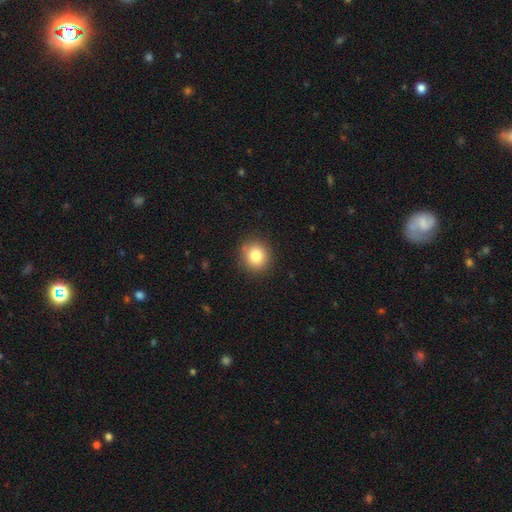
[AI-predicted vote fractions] A smooth galaxy with no disk features (83%) that is round (87%). Merging: none (89%).